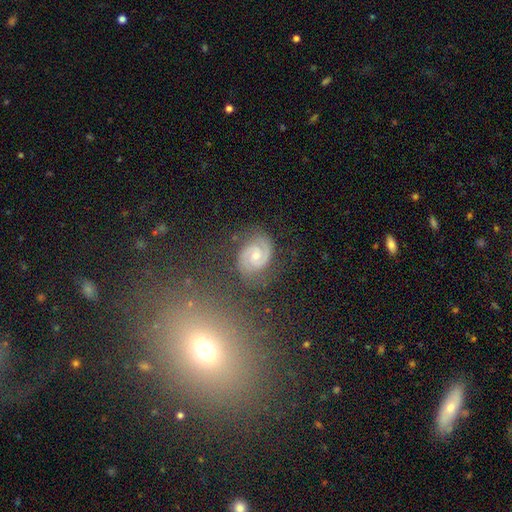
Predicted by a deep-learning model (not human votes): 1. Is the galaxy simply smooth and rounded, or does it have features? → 82% featured or disk, 10% smooth, 9% star or artifact.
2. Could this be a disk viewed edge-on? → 98% no, 2% yes.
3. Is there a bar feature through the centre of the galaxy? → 58% no, 35% weak, 7% strong.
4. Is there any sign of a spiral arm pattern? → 96% yes, 4% no.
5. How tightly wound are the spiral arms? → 45% medium, 44% tight, 11% loose.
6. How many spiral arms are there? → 90% 2, 4% can't tell, 2% 3, 2% 1, 1% 4, 1% more than 4.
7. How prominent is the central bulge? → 49% small, 46% moderate, 2% none, 2% large, 1% dominant.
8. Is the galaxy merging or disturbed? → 80% none, 13% minor disturbance, 5% major disturbance, 2% merger.